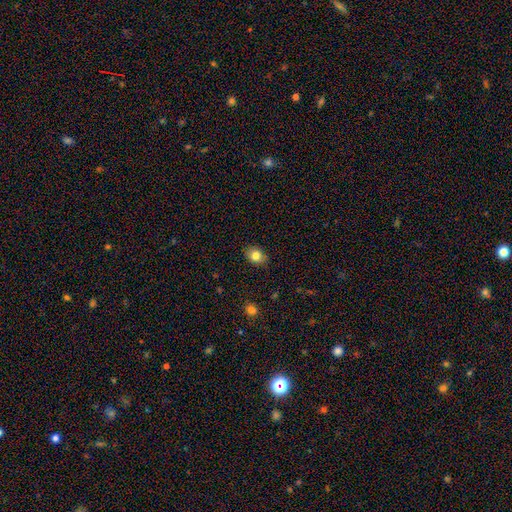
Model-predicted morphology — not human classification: Smooth or featured?
  - smooth: 81% *
  - featured or disk: 10%
  - star or artifact: 9%
How rounded?
  - in between: 66% *
  - round: 32%
  - cigar-shaped: 1%
Merging?
  - none: 86% *
  - minor disturbance: 11%
  - major disturbance: 2%
  - merger: 1%